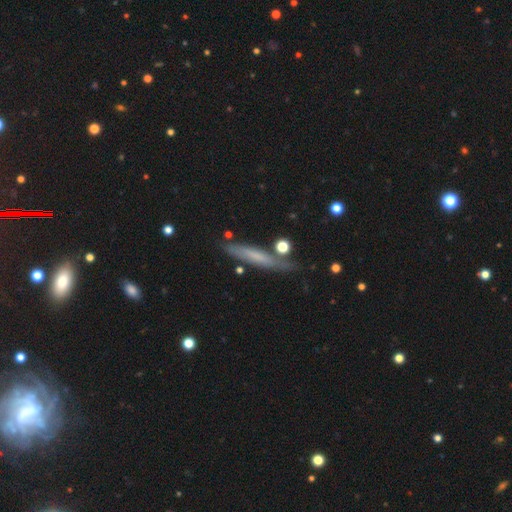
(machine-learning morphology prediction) Smooth or featured: smooth — 55% (featured or disk — 36%)
How rounded: cigar-shaped — 89% (in between — 8%)
Merging: none — 73% (minor disturbance — 18%)